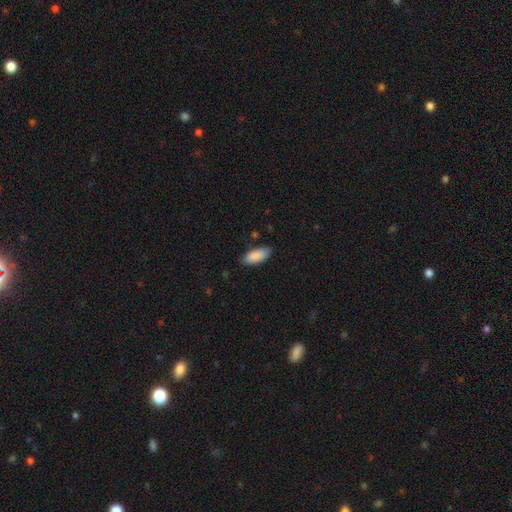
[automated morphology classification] smooth_or_featured: smooth (p=0.89) [alt: star or artifact p=0.06]
how_rounded: in between (p=0.85) [alt: cigar-shaped p=0.14]
merging: none (p=0.80) [alt: minor disturbance p=0.16]